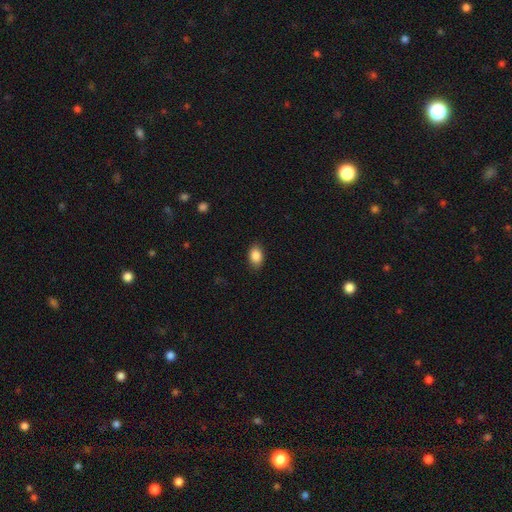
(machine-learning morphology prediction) The model was most divided on "how rounded": in between: 86%, round: 12%, cigar-shaped: 1%. More confident: smooth or featured — smooth (88%); merging — none (87%).